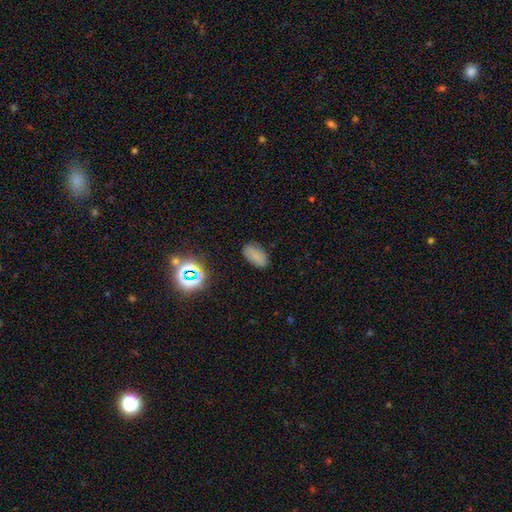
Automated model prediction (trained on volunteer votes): Smooth or featured? smooth (77%)
How rounded? in between (92%)
Merging? none (81%)